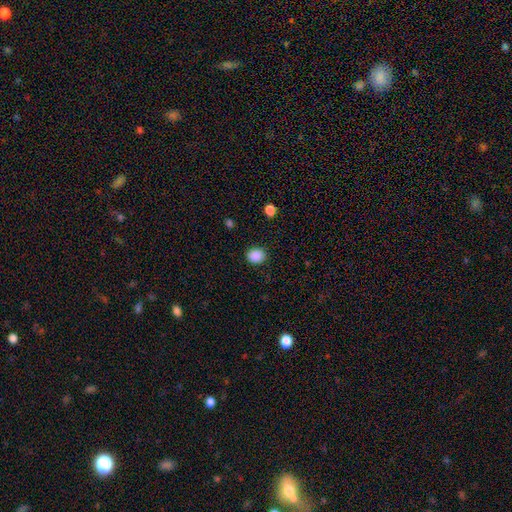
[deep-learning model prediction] This is clearly a smooth galaxy (88%). How rounded: likely round (67%). Merging: clearly none (89%).